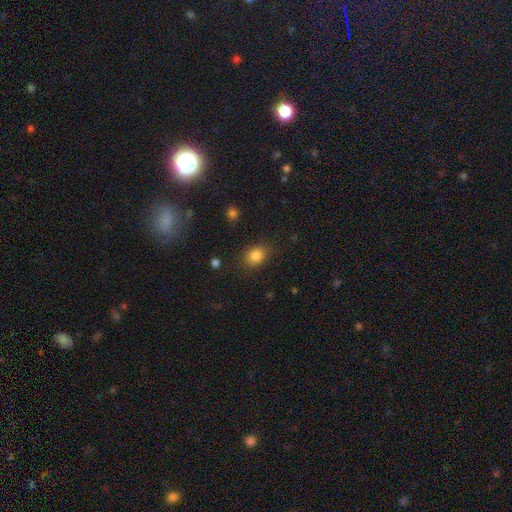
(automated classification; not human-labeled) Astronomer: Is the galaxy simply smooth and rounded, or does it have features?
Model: smooth — 83%.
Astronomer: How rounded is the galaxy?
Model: in between — 61% (runner-up: round, 38%).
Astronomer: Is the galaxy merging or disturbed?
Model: none — 80%.